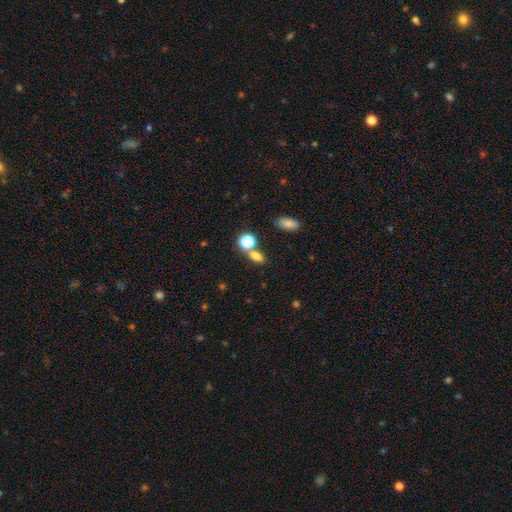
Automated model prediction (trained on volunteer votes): This appears to be a smooth galaxy with no disk features (73%) that is in between round and cigar-shaped (67%). Merging: none (60%).